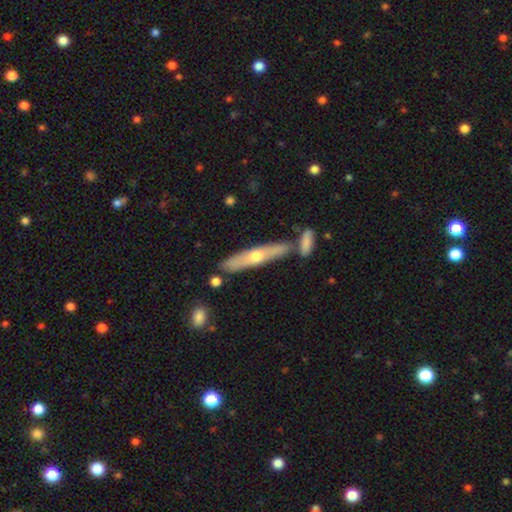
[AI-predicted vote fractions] smooth_or_featured: featured or disk (p=0.60) [alt: smooth p=0.33]
disk_edge_on: yes (p=0.79) [alt: no p=0.21]
merging: none (p=0.71) [alt: merger p=0.13]